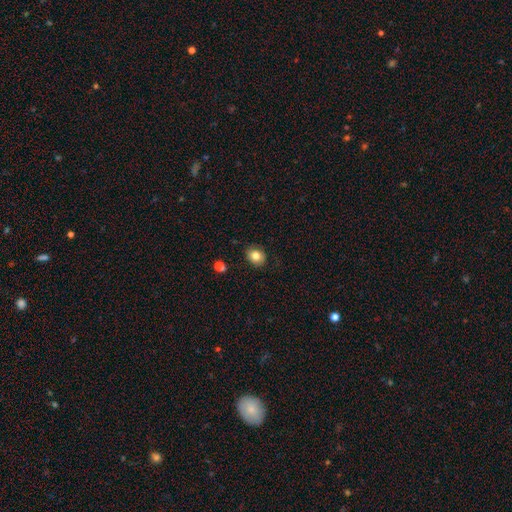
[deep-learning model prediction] This appears to be a smooth galaxy with no disk features (81%) that is round (60%). Merging: none (86%).